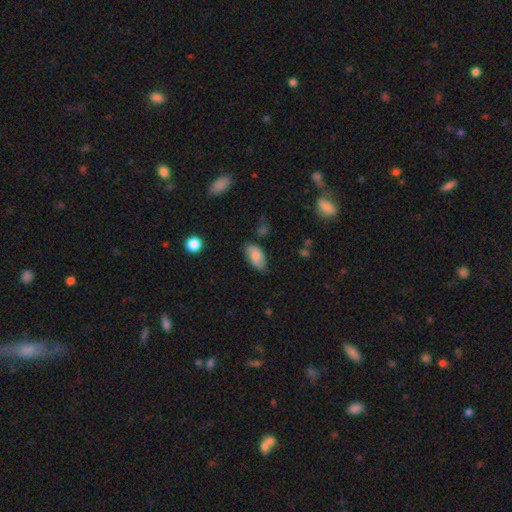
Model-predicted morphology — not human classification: smooth_or_featured: smooth (p=0.81) [alt: featured or disk p=0.12]
how_rounded: in between (p=0.94) [alt: round p=0.03]
merging: none (p=0.74) [alt: minor disturbance p=0.20]